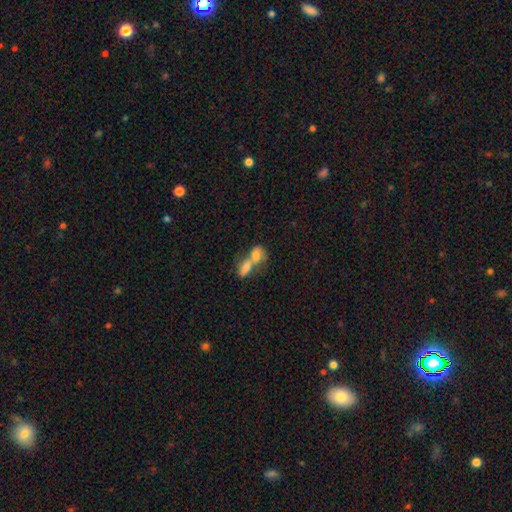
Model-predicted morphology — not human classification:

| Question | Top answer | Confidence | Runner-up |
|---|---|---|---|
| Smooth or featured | smooth | 69% | featured or disk (21%) |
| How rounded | in between | 76% | round (19%) |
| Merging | merger | 80% | none (11%) |